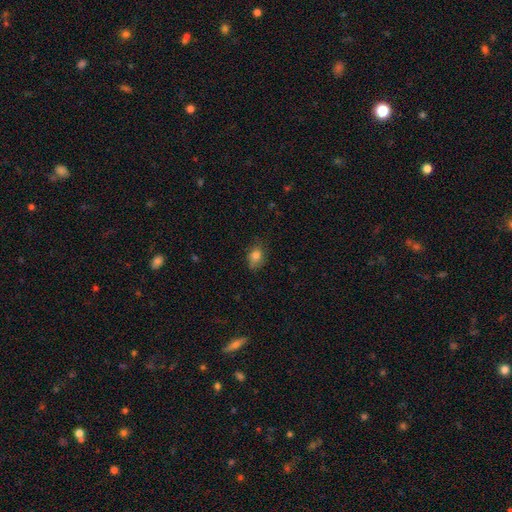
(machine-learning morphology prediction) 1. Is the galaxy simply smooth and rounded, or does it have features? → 82% smooth, 10% star or artifact, 8% featured or disk.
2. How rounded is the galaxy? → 70% in between, 28% round, 2% cigar-shaped.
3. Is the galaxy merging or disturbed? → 70% none, 23% minor disturbance, 5% major disturbance, 1% merger.